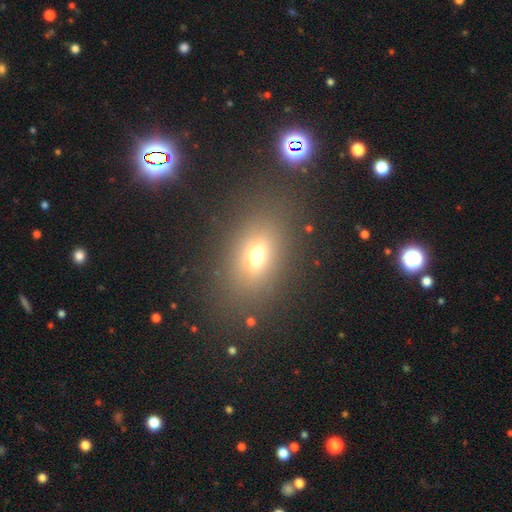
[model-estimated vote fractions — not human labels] Smooth or featured? smooth (66%)
How rounded? in between (73%)
Merging? none (78%)